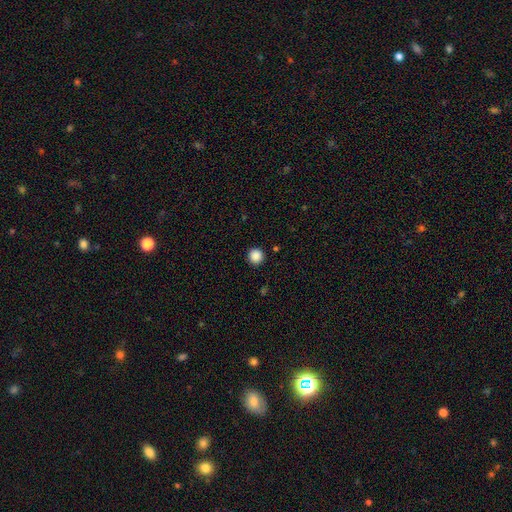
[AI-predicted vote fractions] Smooth or featured?
  - smooth: 88% *
  - star or artifact: 10%
  - featured or disk: 2%
How rounded?
  - round: 96% *
  - in between: 3%
  - cigar-shaped: 1%
Merging?
  - none: 92% *
  - minor disturbance: 5%
  - major disturbance: 2%
  - merger: 1%